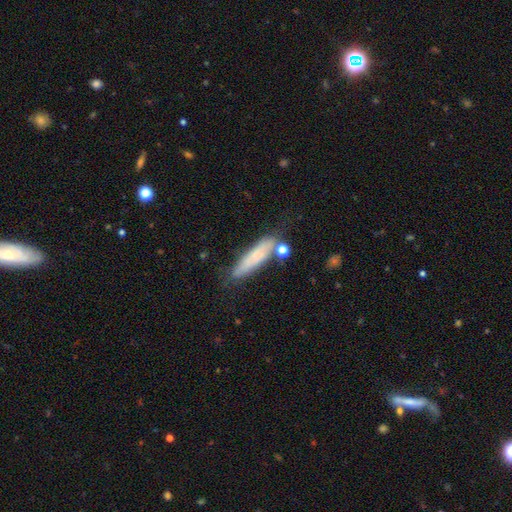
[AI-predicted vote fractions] Smooth or featured: smooth — 70% (featured or disk — 21%)
How rounded: cigar-shaped — 79% (in between — 18%)
Merging: none — 67% (minor disturbance — 20%)